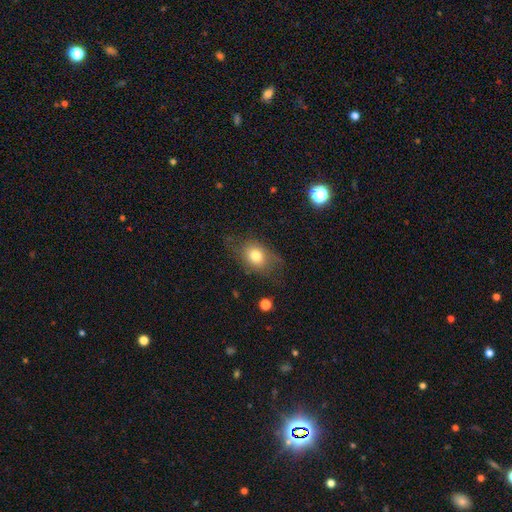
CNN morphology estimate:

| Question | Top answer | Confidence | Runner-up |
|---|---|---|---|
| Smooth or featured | smooth | 70% | featured or disk (20%) |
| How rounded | in between | 64% | round (34%) |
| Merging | none | 58% | minor disturbance (24%) |